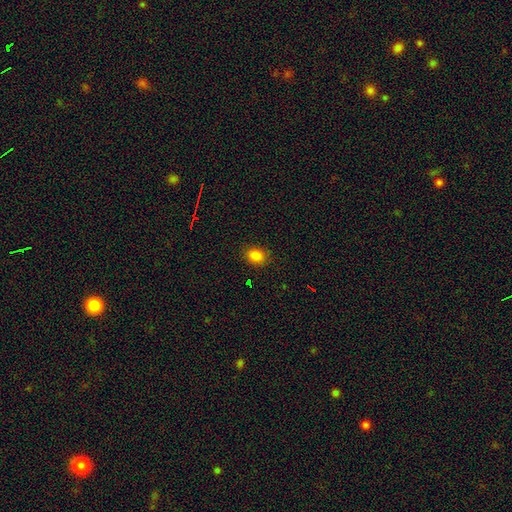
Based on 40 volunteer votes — Volunteers were most divided on "how rounded": in between: 61%, round: 39%, cigar-shaped: 0%. More confident: smooth or featured — smooth (95%); merging — none (90%).